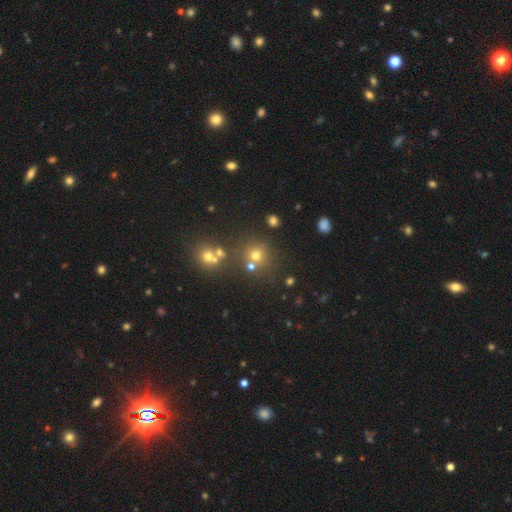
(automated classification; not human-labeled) Smooth or featured? smooth (61%)
How rounded? round (88%)
Merging? none (68%)